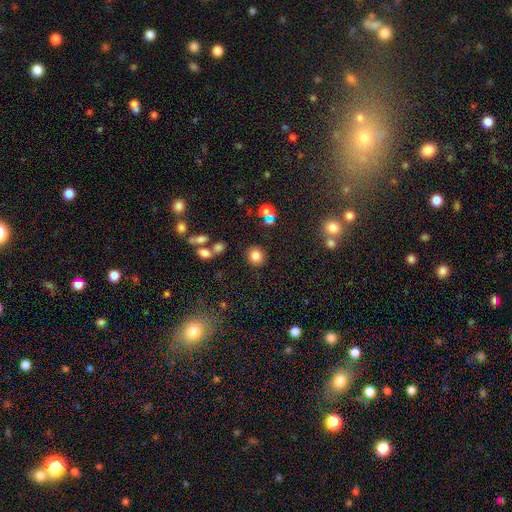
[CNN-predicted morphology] Smooth or featured? Predicted: smooth (p=0.81). How rounded? Predicted: round (p=0.86). Merging? Predicted: none (p=0.85).